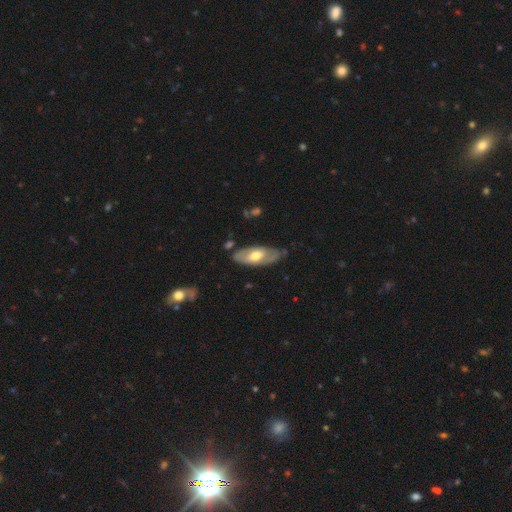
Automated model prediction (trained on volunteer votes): Morphology: type=featured or disk (55%); edge-on=no (80%); merging=none (72%).